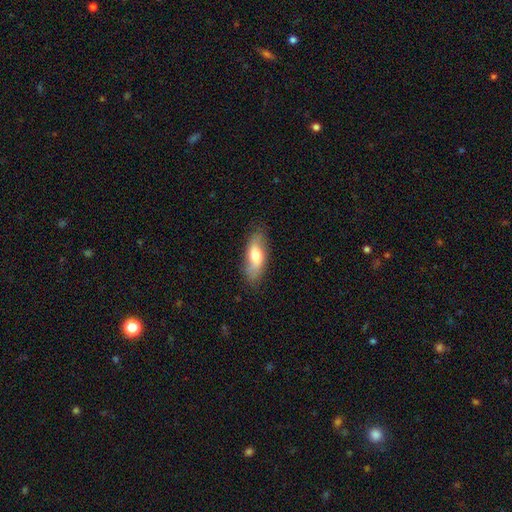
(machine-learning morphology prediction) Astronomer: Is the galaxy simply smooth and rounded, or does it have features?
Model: smooth — 62%.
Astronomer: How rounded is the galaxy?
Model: in between — 74%.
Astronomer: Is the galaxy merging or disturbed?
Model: none — 79%.